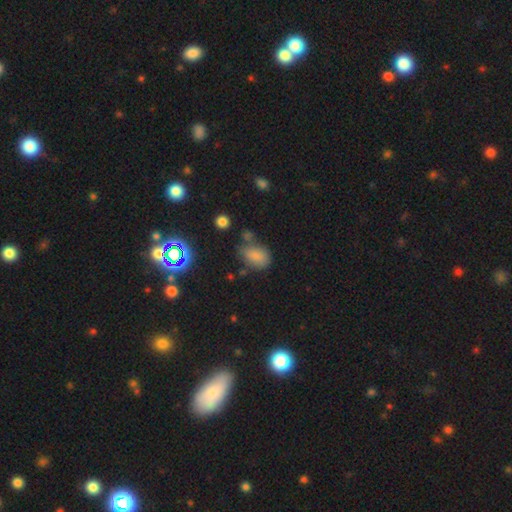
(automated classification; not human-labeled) This is likely a smooth galaxy (77%). How rounded: clearly in between (81%). Merging: possibly none (56%).